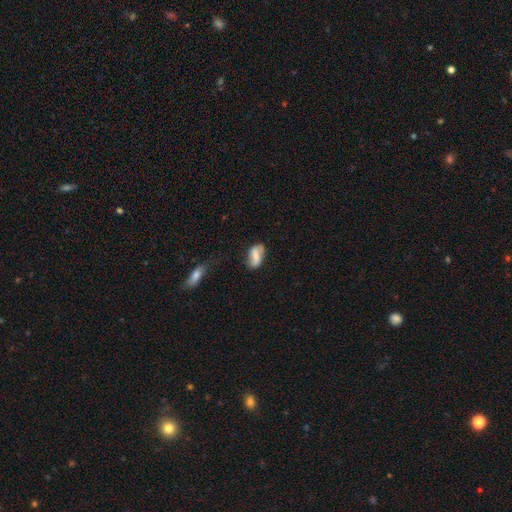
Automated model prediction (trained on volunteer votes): A featured or disk galaxy (48%). Merging: none (70%).